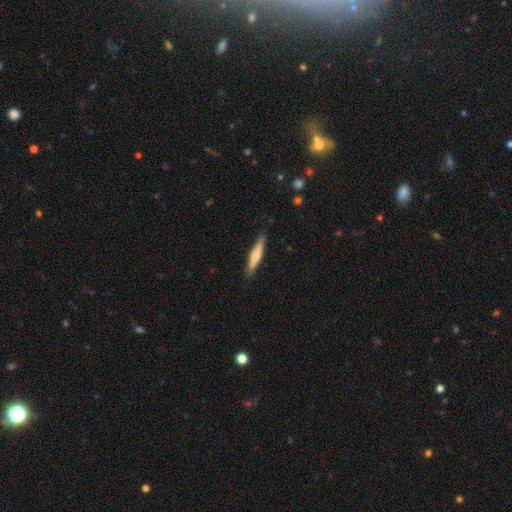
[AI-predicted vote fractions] Smooth or featured?
  - smooth: 57% *
  - featured or disk: 37%
  - star or artifact: 6%
How rounded?
  - cigar-shaped: 86% *
  - in between: 12%
  - round: 2%
Merging?
  - none: 86% *
  - minor disturbance: 11%
  - major disturbance: 2%
  - merger: 1%